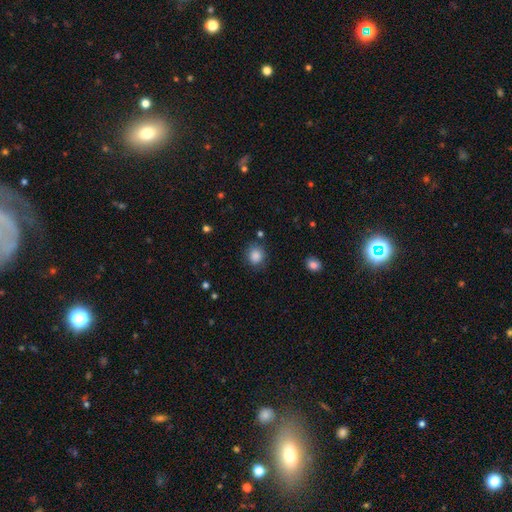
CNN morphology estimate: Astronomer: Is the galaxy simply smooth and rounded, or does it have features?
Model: smooth — 86%.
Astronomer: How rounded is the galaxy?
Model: round — 80%.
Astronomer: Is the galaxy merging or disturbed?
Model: none — 80%.